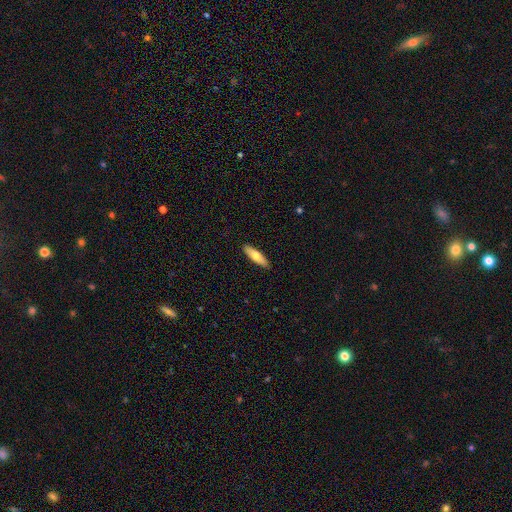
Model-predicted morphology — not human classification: The model was most divided on "how rounded": cigar-shaped: 56%, in between: 43%, round: 2%. More confident: merging — none (90%); smooth or featured — smooth (69%).